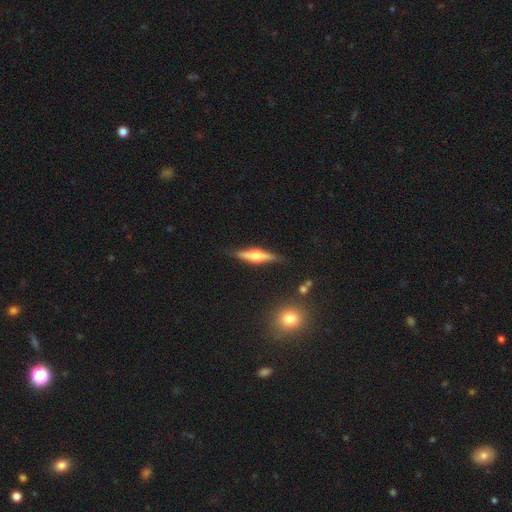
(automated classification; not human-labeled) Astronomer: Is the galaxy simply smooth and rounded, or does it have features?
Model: featured or disk — 67%.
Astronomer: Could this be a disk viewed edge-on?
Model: yes — 96%.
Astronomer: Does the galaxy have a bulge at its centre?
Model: rounded — 89%.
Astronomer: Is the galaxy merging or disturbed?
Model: none — 83%.